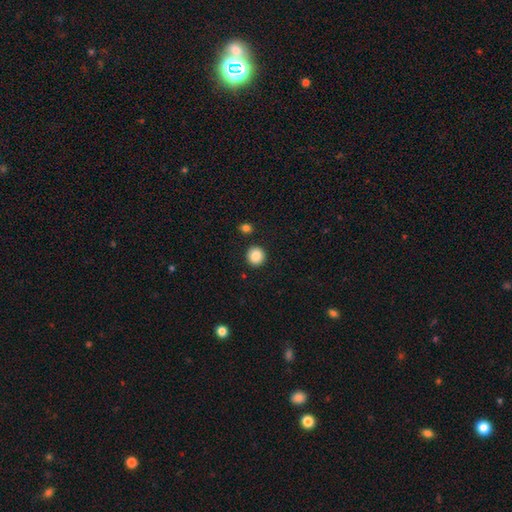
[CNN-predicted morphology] The model was most divided on "smooth or featured": smooth: 88%, star or artifact: 9%, featured or disk: 3%. More confident: how rounded — round (92%); merging — none (91%).